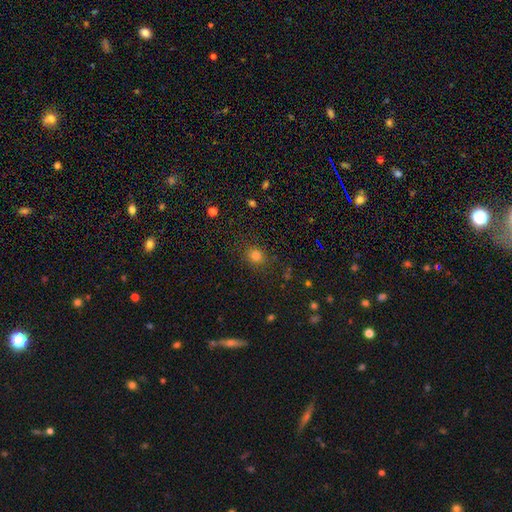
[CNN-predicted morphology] Smooth or featured: smooth — 79% (star or artifact — 15%)
How rounded: round — 76% (in between — 23%)
Merging: none — 85% (minor disturbance — 10%)